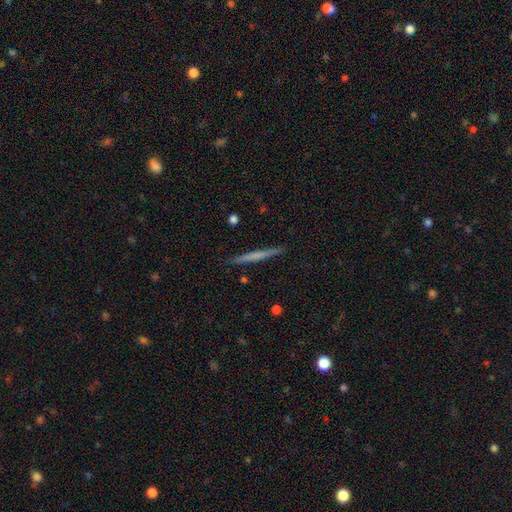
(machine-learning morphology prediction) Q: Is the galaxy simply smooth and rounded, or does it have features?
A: smooth — 51%.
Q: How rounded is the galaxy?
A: cigar-shaped — 97%.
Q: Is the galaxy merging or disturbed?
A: none — 91%.